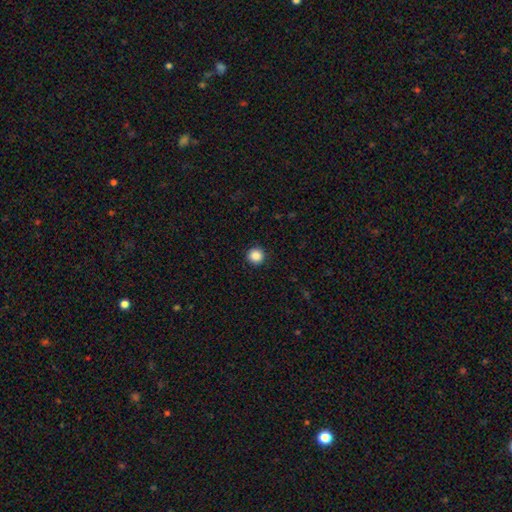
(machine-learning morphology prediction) Smooth or featured? Predicted: smooth (p=0.87). How rounded? Predicted: round (p=0.95). Merging? Predicted: none (p=0.93).